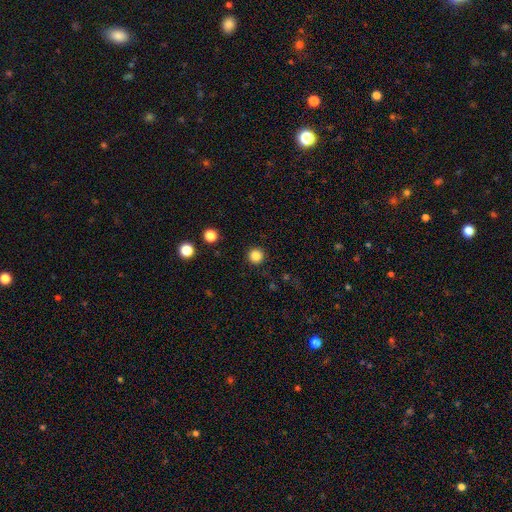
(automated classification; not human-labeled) This appears to be a smooth galaxy with no disk features (85%) that is round (96%). Merging: none (92%).